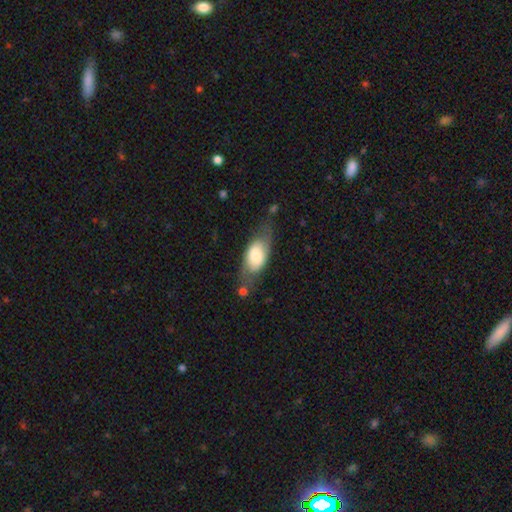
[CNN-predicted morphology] type=smooth (62%); roundness=in between (84%); merging=none (56%).